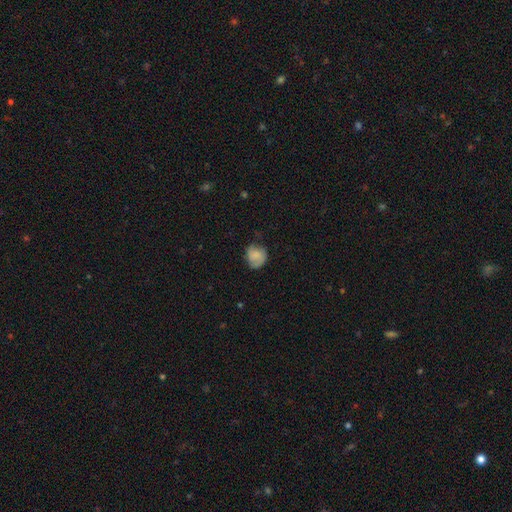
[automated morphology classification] smooth 69%, featured or disk 23%, star or artifact 8%. Down the decision tree: how rounded — round (69%); merging — none (58%).